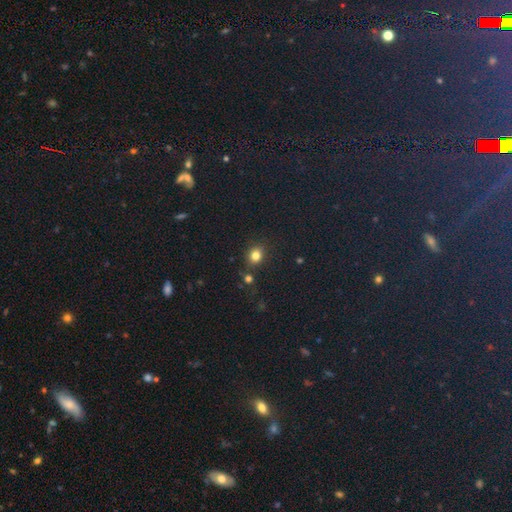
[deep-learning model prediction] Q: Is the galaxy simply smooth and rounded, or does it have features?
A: smooth — 80%.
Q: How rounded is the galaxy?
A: round — 70%.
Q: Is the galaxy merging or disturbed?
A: none — 80%.